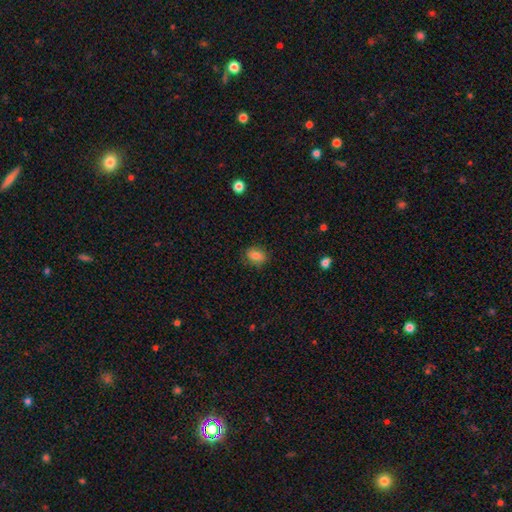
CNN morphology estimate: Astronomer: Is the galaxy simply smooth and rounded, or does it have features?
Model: smooth — 82%.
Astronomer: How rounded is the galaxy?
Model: in between — 67%.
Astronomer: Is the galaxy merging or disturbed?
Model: none — 83%.